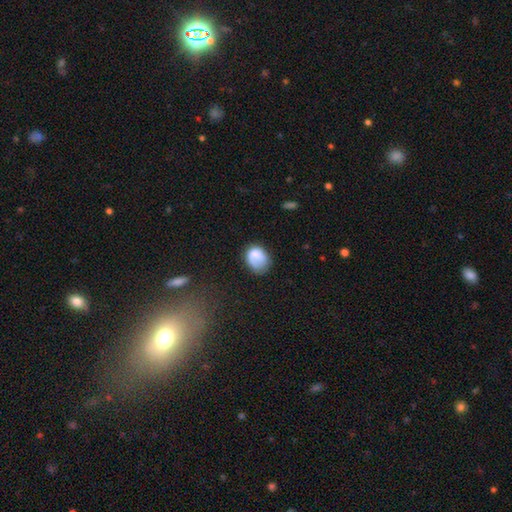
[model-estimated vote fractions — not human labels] A smooth galaxy with no disk features (75%) that is in between round and cigar-shaped (55%).

Vote fractions:
- Smooth or featured? smooth: 75% / featured or disk: 17% / star or artifact: 8%
- How rounded? in between: 55% / round: 44% / cigar-shaped: 1%
- Merging? none: 53% / minor disturbance: 28% / major disturbance: 16% / merger: 4%